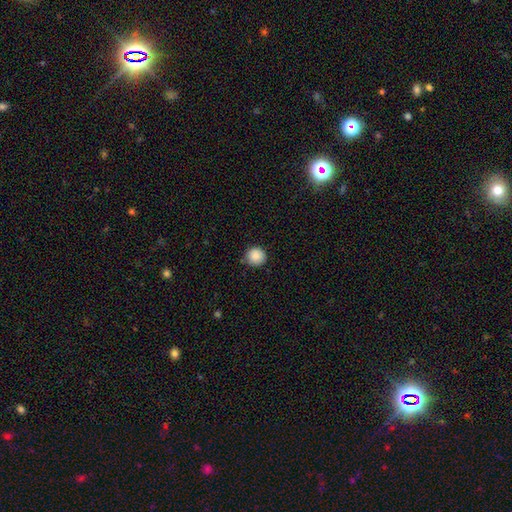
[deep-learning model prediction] Overall: smooth (88%). How rounded: round (94%). Merging: none (84%).